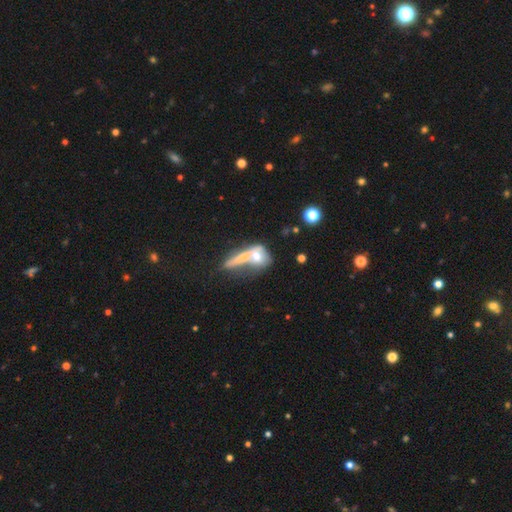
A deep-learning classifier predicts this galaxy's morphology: type=smooth (57%); roundness=in between (45%); merging=merger (60%).